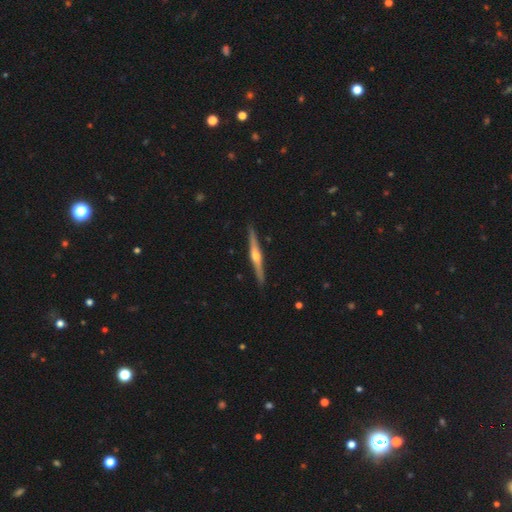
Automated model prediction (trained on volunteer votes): This is likely a featured or disk galaxy (79%). It is clearly viewed edge-on (98%). Edge-on bulge: clearly rounded (93%). Merging: clearly none (91%).